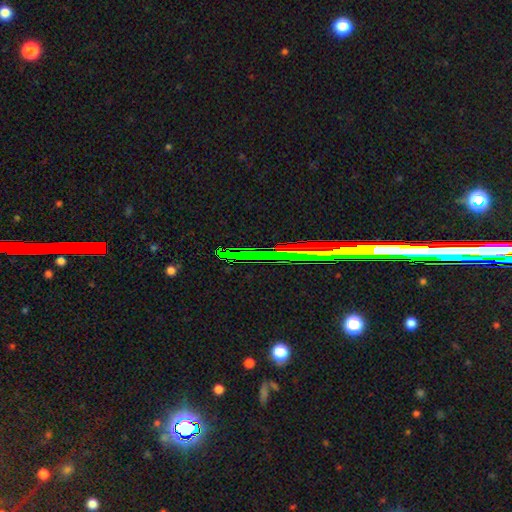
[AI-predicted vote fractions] Smooth or featured: star or artifact — 68% (featured or disk — 16%)